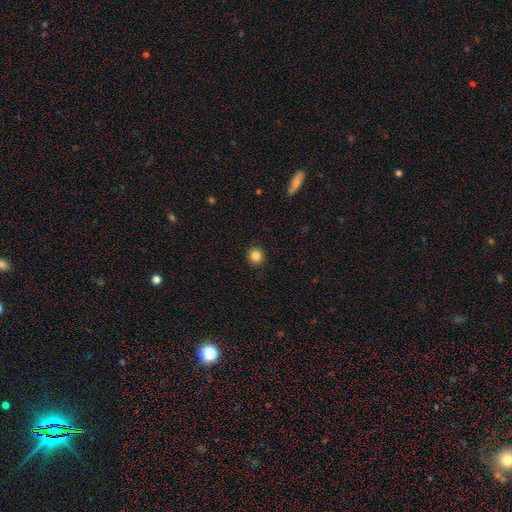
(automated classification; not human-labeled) This is clearly a smooth galaxy (85%). How rounded: clearly round (91%). Merging: clearly none (91%).